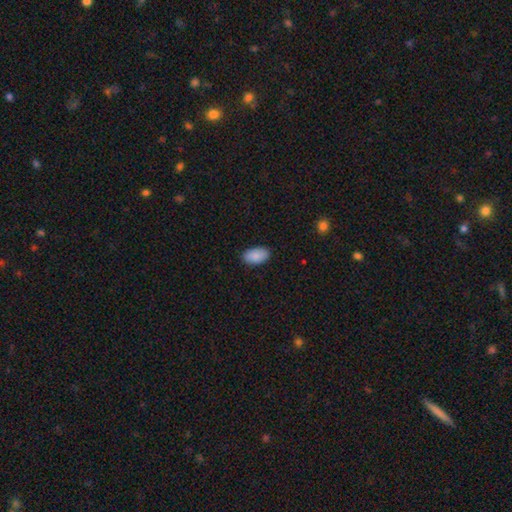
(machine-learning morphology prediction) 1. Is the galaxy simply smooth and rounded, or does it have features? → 89% smooth, 6% star or artifact, 5% featured or disk.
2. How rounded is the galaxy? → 95% in between, 4% round, 2% cigar-shaped.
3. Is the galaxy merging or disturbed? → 88% none, 9% minor disturbance, 2% major disturbance, 1% merger.